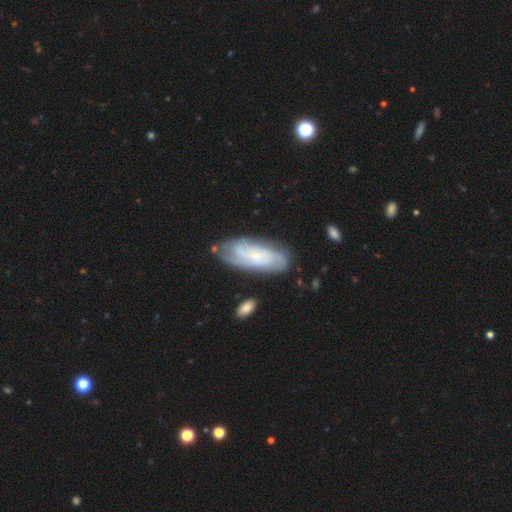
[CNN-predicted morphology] Smooth or featured?
  - featured or disk: 68% *
  - smooth: 25%
  - star or artifact: 6%
Edge-on disk?
  - no: 90% *
  - yes: 10%
Bar?
  - no: 69% *
  - weak: 25%
  - strong: 5%
Spiral arms?
  - yes: 90% *
  - no: 10%
Spiral winding?
  - tight: 54% *
  - medium: 34%
  - loose: 12%
Spiral arm count?
  - can't tell: 44% *
  - 2: 20%
  - 3: 16%
  - 4: 12%
  - more than 4: 4%
  - 1: 4%
Bulge size?
  - small: 74% *
  - moderate: 17%
  - none: 7%
  - large: 2%
  - dominant: 1%
Merging?
  - none: 73% *
  - minor disturbance: 18%
  - major disturbance: 6%
  - merger: 3%